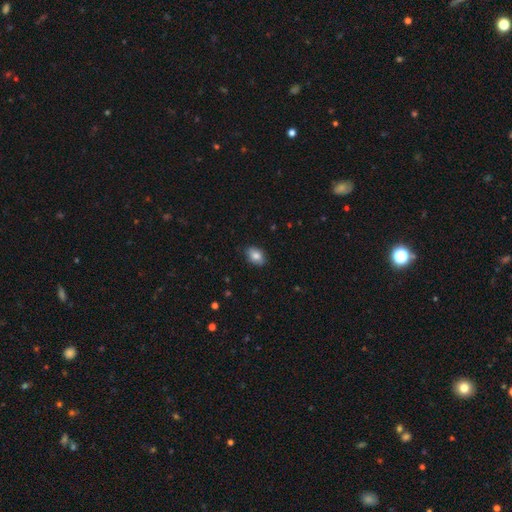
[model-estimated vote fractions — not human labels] Q: Smooth or featured?
A: smooth (81%); runner-up: featured or disk (11%)
Q: How rounded?
A: in between (82%); runner-up: round (16%)
Q: Merging?
A: none (84%); runner-up: minor disturbance (12%)